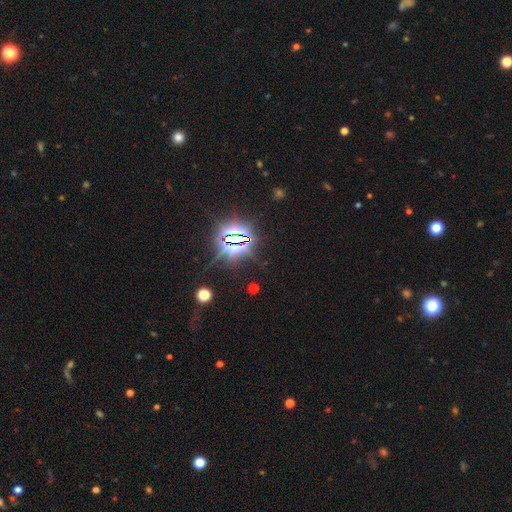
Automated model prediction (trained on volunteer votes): Smooth or featured? Predicted: star or artifact (p=0.85).